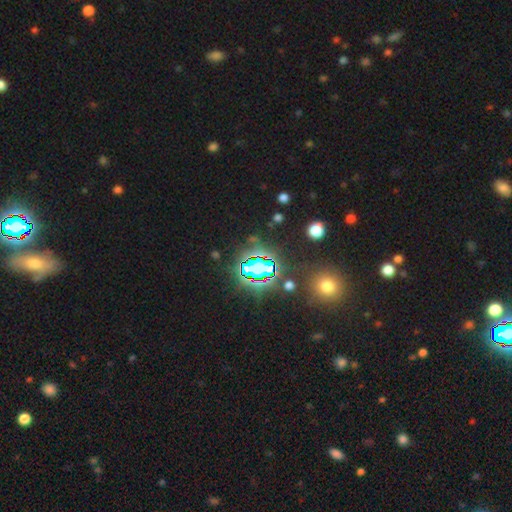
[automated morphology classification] This is likely a star or artifact rather than a galaxy (72%).